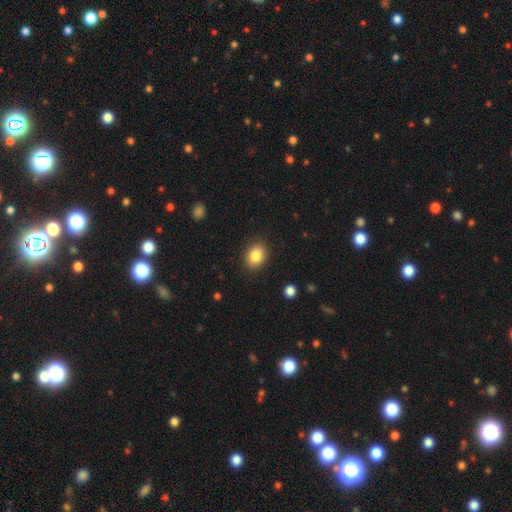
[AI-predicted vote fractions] Morphology: type=smooth (85%); roundness=in between (56%); merging=none (89%).